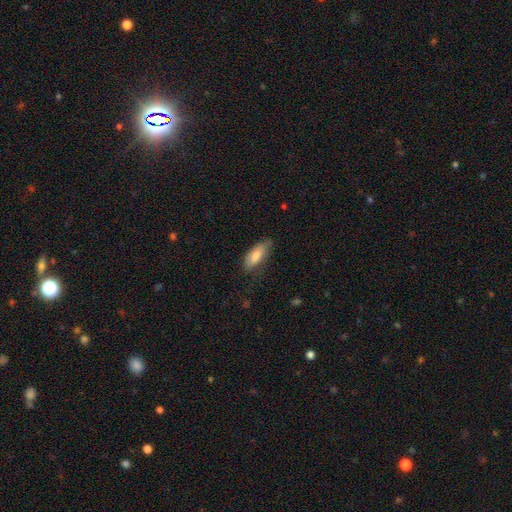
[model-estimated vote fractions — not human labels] Smooth or featured: smooth — 76% (featured or disk — 17%)
How rounded: in between — 76% (cigar-shaped — 22%)
Merging: none — 66% (minor disturbance — 26%)